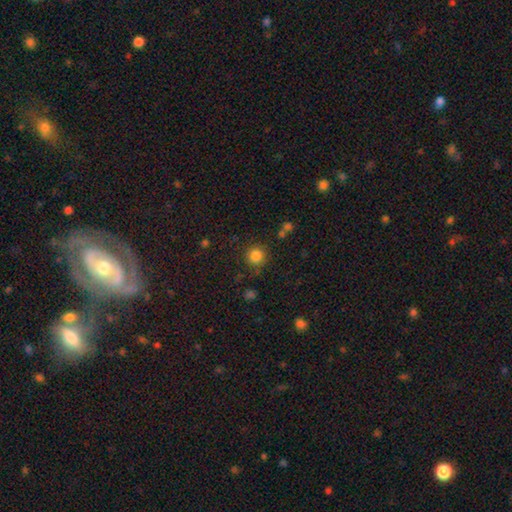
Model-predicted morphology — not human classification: smooth-or-featured: smooth: 84% | star or artifact: 12% | featured or disk: 4%
  how-rounded: round: 93% | in between: 6% | cigar-shaped: 1%
  merging: none: 83% | minor disturbance: 10% | major disturbance: 4% | merger: 4%